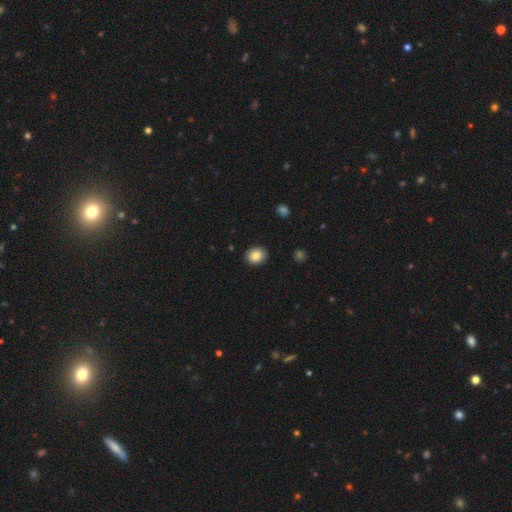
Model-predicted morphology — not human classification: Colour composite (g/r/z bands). It shows a smooth galaxy with no disk features (85%) that is round (70%). Merging: none (91%).